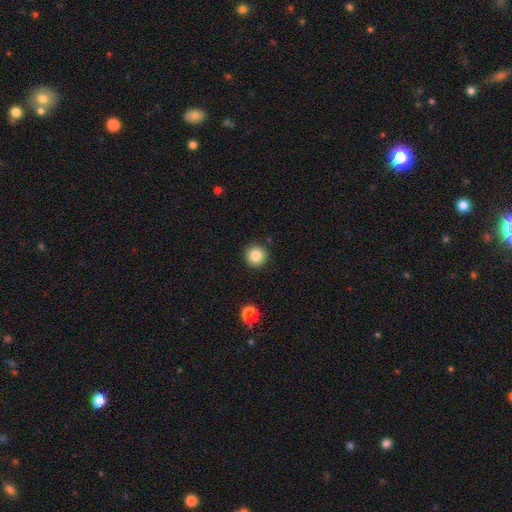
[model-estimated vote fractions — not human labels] Smooth or featured?
  - smooth: 84% *
  - star or artifact: 10%
  - featured or disk: 6%
How rounded?
  - round: 95% *
  - in between: 4%
  - cigar-shaped: 1%
Merging?
  - none: 91% *
  - minor disturbance: 5%
  - major disturbance: 2%
  - merger: 2%